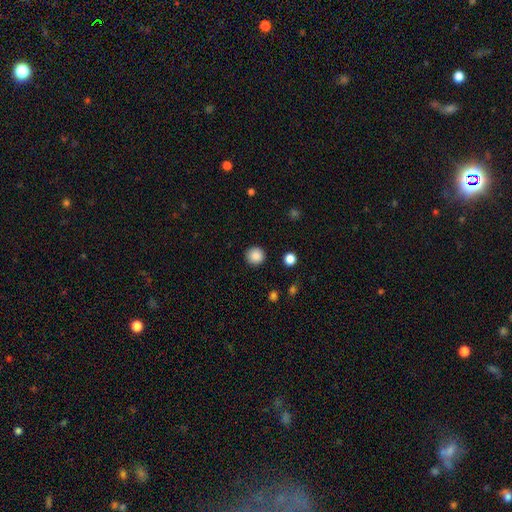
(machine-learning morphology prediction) Overall: smooth (88%). How rounded: round (94%). Merging: none (91%).